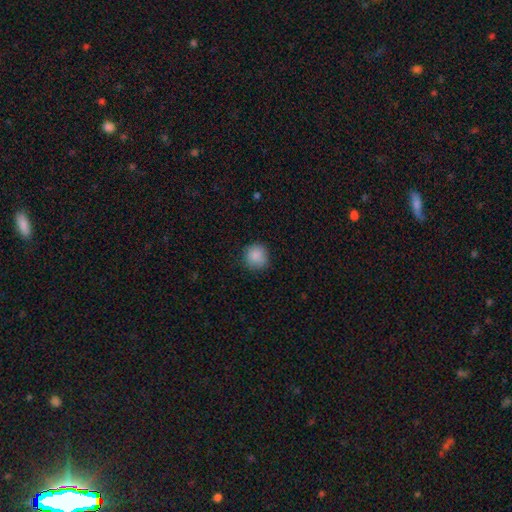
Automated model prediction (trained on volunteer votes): Smooth or featured? Predicted: smooth (p=0.88). How rounded? Predicted: round (p=0.93). Merging? Predicted: none (p=0.86).